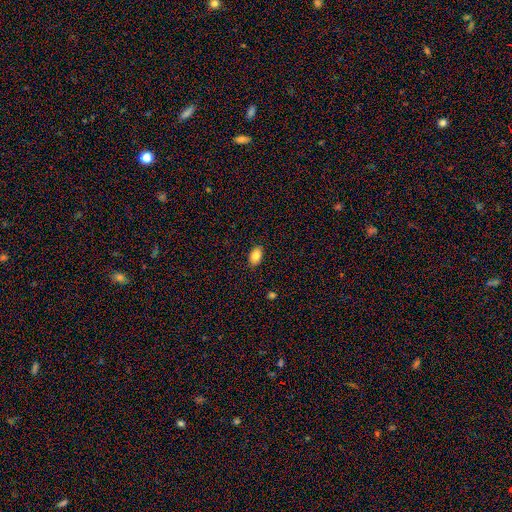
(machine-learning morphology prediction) smooth-or-featured: smooth: 83% | featured or disk: 9% | star or artifact: 8%
  how-rounded: in between: 88% | round: 10% | cigar-shaped: 2%
  merging: none: 87% | minor disturbance: 10% | major disturbance: 2% | merger: 1%